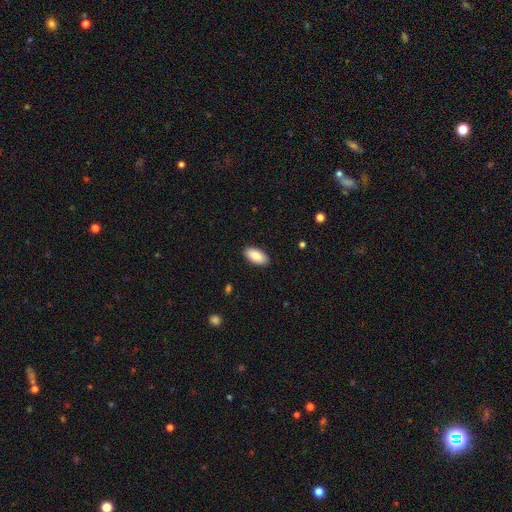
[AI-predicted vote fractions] smooth_or_featured: smooth (p=0.84) [alt: featured or disk p=0.10]
how_rounded: in between (p=0.94) [alt: cigar-shaped p=0.03]
merging: none (p=0.90) [alt: minor disturbance p=0.07]